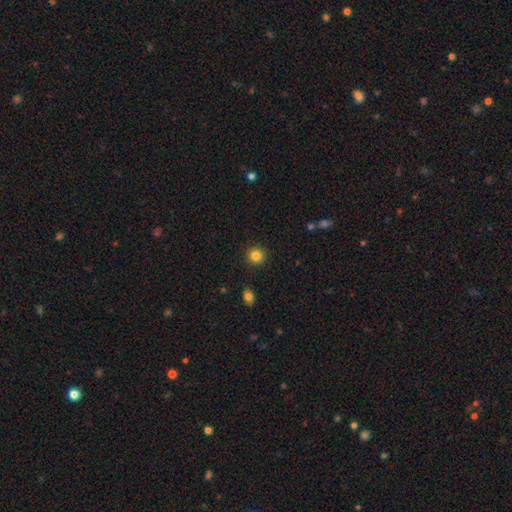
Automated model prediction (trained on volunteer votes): Smooth or featured? smooth (84%)
How rounded? round (94%)
Merging? none (92%)